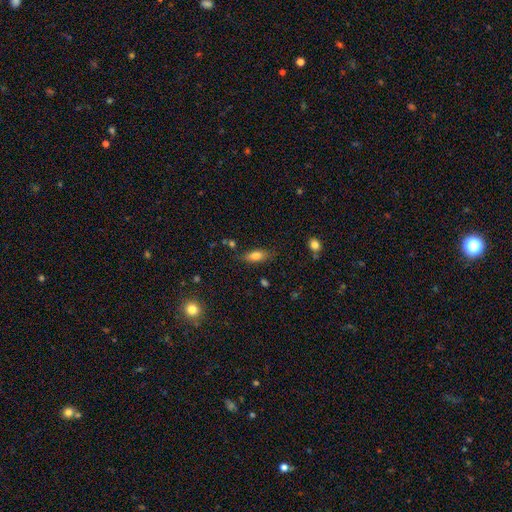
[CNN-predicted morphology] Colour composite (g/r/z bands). It shows a smooth galaxy with no disk features (76%) that is in between round and cigar-shaped (74%). Merging: none (76%).